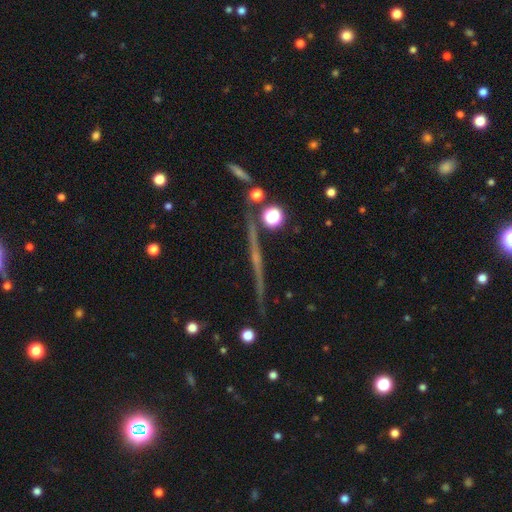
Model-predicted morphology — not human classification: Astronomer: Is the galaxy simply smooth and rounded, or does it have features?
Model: featured or disk — 71%.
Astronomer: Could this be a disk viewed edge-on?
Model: yes — 96%.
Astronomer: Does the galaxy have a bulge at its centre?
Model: rounded — 51% (runner-up: none, 37%).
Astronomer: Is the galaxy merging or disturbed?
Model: none — 84%.